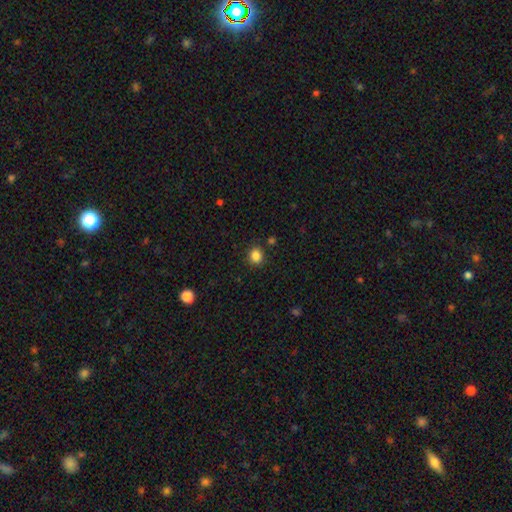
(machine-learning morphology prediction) Smooth or featured? Predicted: smooth (p=0.85). How rounded? Predicted: round (p=0.76). Merging? Predicted: none (p=0.86).